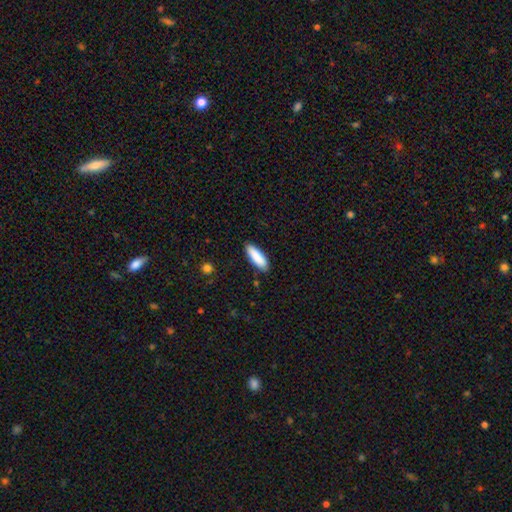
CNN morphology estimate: This is clearly a smooth galaxy (88%). How rounded: possibly in between (54%). Merging: clearly none (86%).